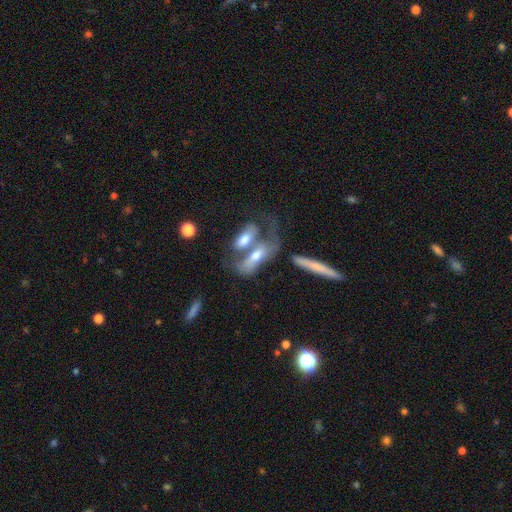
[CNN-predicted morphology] A smooth galaxy with no disk features (51%) that is in between round and cigar-shaped (56%).

Vote fractions:
- Smooth or featured? smooth: 51% / featured or disk: 41% / star or artifact: 8%
- How rounded? in between: 56% / cigar-shaped: 40% / round: 4%
- Merging? merger: 57% / none: 20% / major disturbance: 13% / minor disturbance: 10%